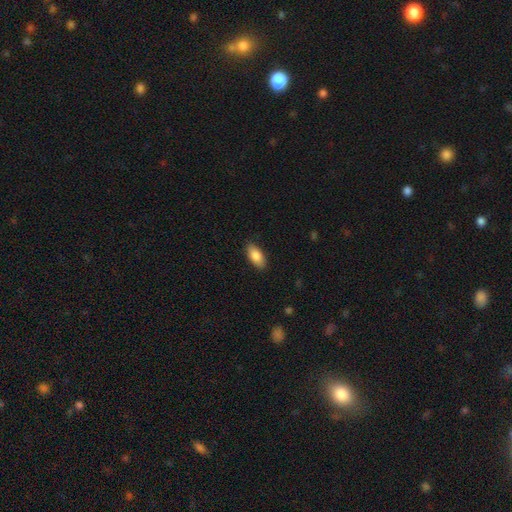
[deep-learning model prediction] Smooth or featured: smooth — 87% (featured or disk — 7%)
How rounded: in between — 89% (cigar-shaped — 9%)
Merging: none — 87% (minor disturbance — 10%)